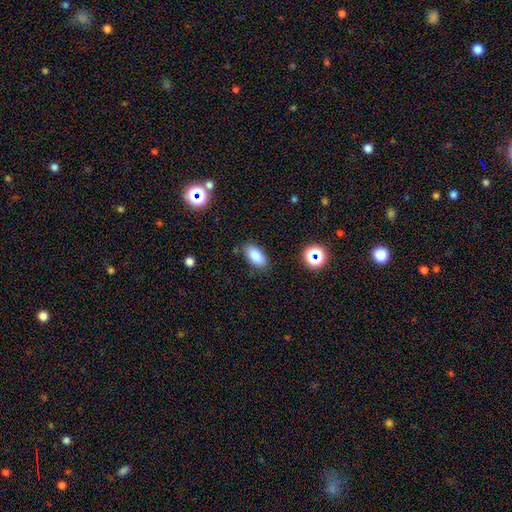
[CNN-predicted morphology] Smooth or featured? smooth (82%)
How rounded? in between (91%)
Merging? none (84%)